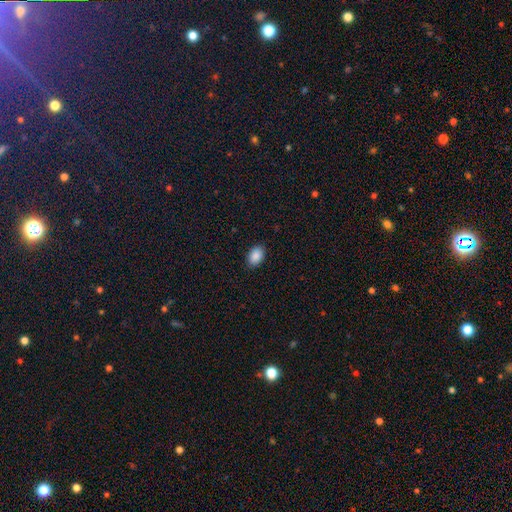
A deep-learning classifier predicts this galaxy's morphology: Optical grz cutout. It shows a smooth galaxy with no disk features (89%) that is in between round and cigar-shaped (86%). Merging: none (89%).